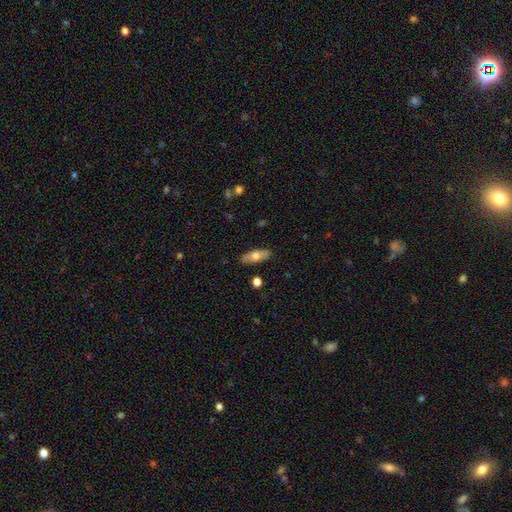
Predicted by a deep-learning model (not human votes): The model was most divided on "smooth or featured": smooth: 66%, featured or disk: 28%, star or artifact: 6%. More confident: merging — none (87%); how rounded — in between (72%).